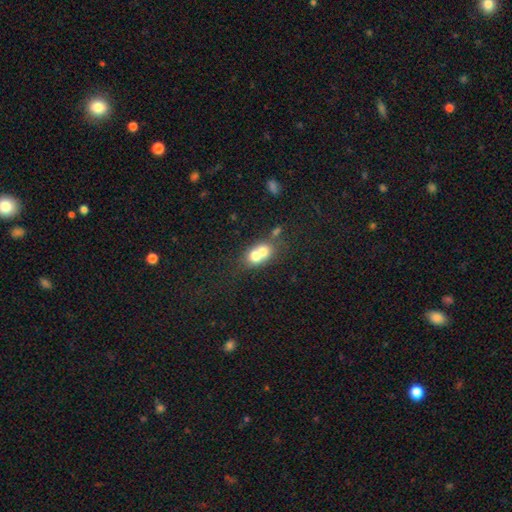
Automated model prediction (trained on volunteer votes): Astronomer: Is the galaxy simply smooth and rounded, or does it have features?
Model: smooth — 66%.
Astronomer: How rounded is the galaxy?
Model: round — 57% (runner-up: in between, 42%).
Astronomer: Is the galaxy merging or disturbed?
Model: merger — 69%.